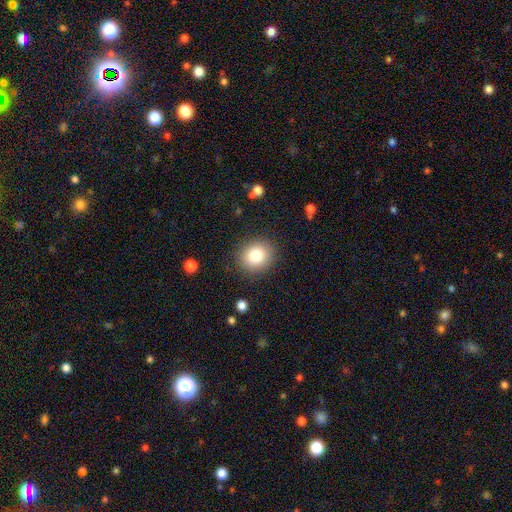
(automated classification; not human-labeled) The model was most divided on "how rounded": round: 78%, in between: 21%, cigar-shaped: 1%. More confident: merging — none (87%); smooth or featured — smooth (82%).